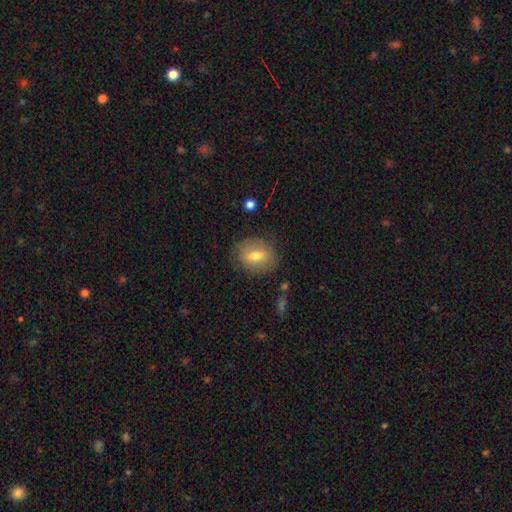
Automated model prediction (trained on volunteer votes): Smooth or featured?
  - smooth: 68% *
  - featured or disk: 23%
  - star or artifact: 9%
How rounded?
  - in between: 56% *
  - round: 42%
  - cigar-shaped: 2%
Merging?
  - none: 81% *
  - minor disturbance: 14%
  - major disturbance: 4%
  - merger: 2%